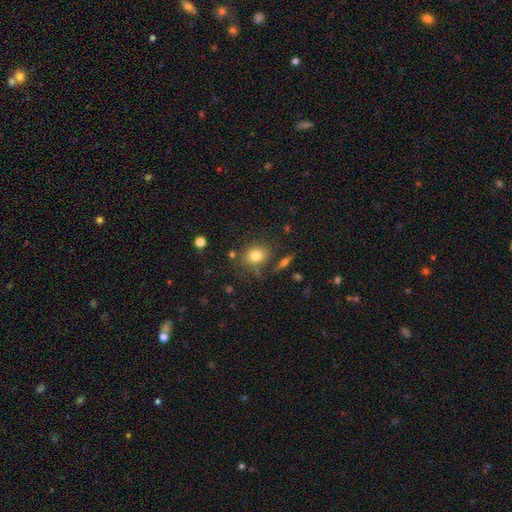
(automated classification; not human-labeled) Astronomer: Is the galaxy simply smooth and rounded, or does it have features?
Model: smooth — 78%.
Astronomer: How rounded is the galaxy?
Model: round — 56% (runner-up: in between, 42%).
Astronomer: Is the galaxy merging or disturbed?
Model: none — 74%.